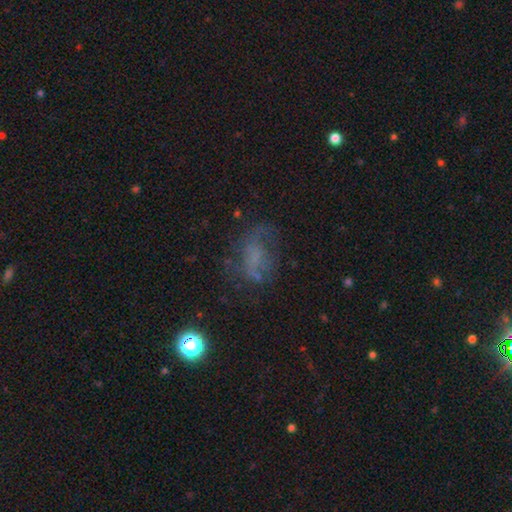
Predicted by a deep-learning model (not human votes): Smooth or featured: smooth — 37% (featured or disk — 36%)
Merging: none — 49% (major disturbance — 26%)